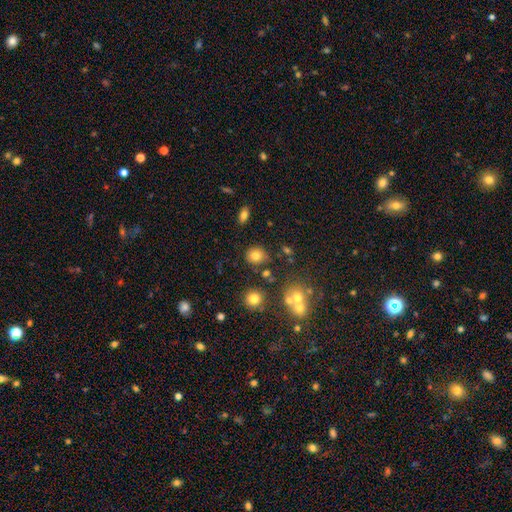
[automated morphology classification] smooth 76%, star or artifact 14%, featured or disk 10%. Down the decision tree: how rounded — round (78%); merging — none (79%).